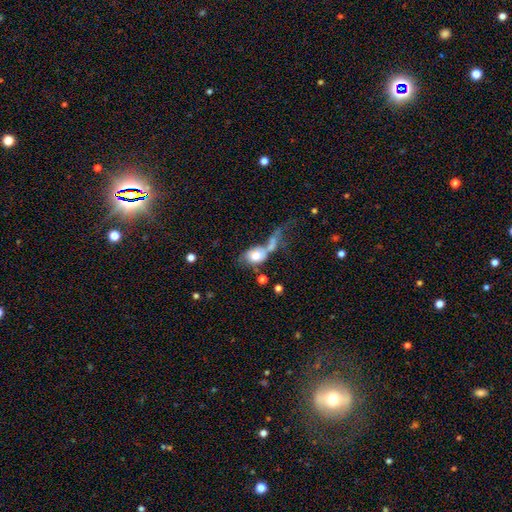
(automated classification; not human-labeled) A smooth galaxy with no disk features (65%) that is in between round and cigar-shaped (66%). Merging: merger (49%).